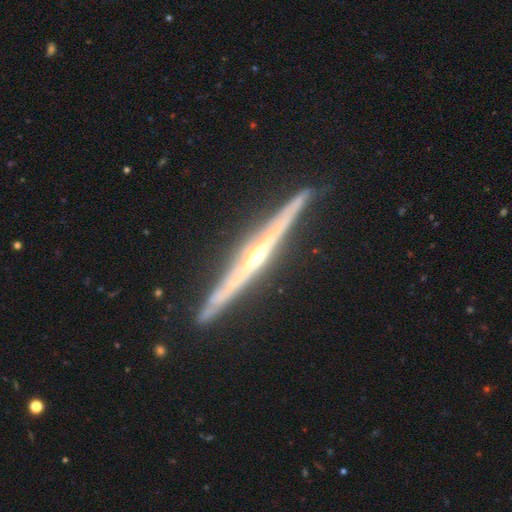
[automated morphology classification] smooth-or-featured: featured or disk: 89% | smooth: 7% | star or artifact: 4%
  disk-edge-on: yes: 98% | no: 2%
    edge-on-bulge: rounded: 84% | none: 12% | boxy: 4%
  merging: none: 90% | minor disturbance: 7% | major disturbance: 1% | merger: 1%